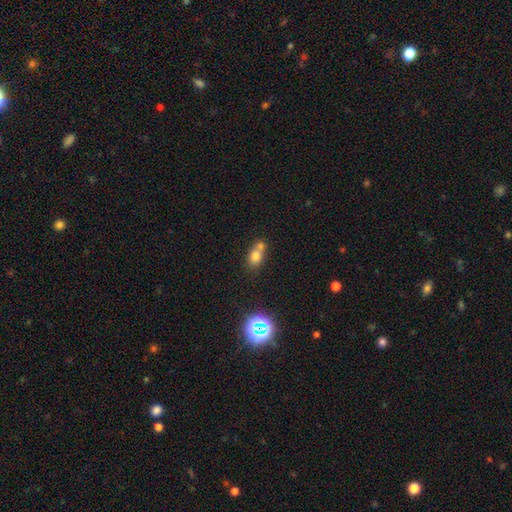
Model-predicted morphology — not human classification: This is likely a smooth galaxy (71%). How rounded: possibly in between (55%). Merging: possibly merger (48%).